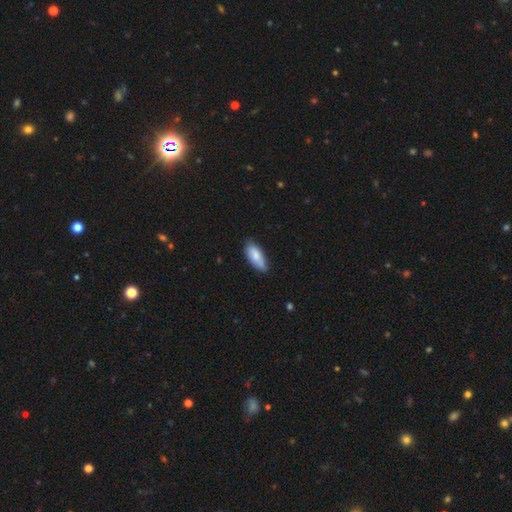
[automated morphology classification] type=smooth (81%); roundness=in between (81%); merging=none (71%).